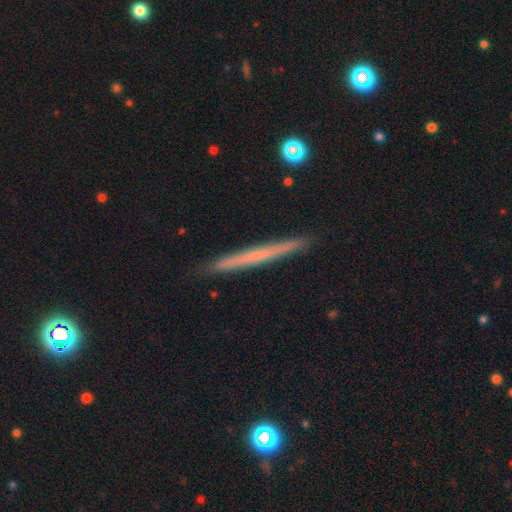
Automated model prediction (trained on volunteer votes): A featured or disk galaxy (51%) viewed edge-on (97%).

Vote fractions:
- Smooth or featured? featured or disk: 51% / smooth: 42% / star or artifact: 7%
- Edge-on disk? yes: 97% / no: 3%
- Merging? none: 91% / minor disturbance: 6% / major disturbance: 1% / merger: 1%